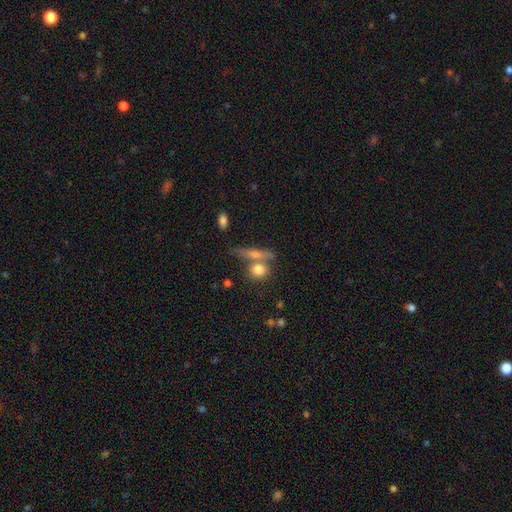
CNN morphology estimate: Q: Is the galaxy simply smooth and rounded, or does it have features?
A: smooth — 52%.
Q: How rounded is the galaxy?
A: round — 45%.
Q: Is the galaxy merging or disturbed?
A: none — 58%.